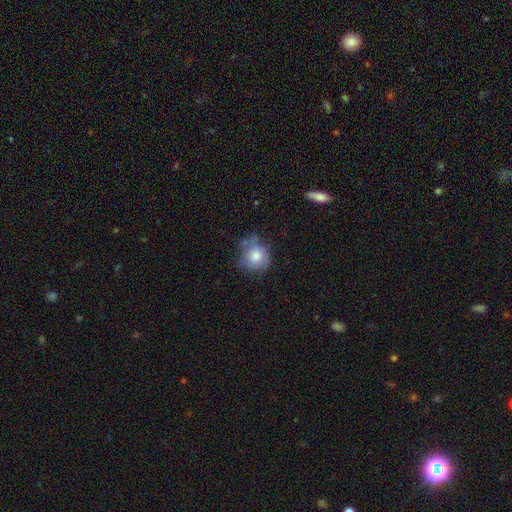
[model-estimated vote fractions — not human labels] This is likely a smooth galaxy (75%). How rounded: clearly round (82%). Merging: possibly none (54%).